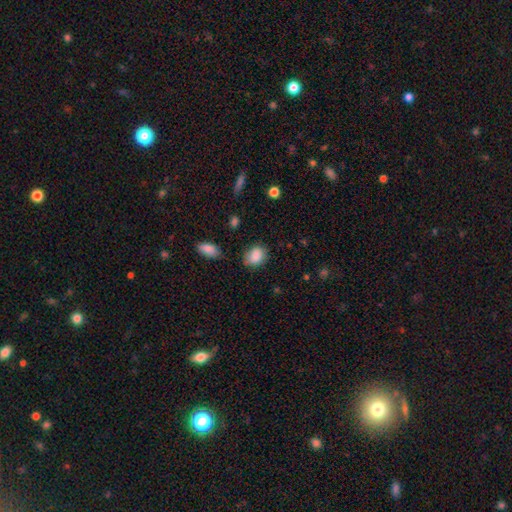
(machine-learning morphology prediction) Smooth or featured? smooth (86%)
How rounded? in between (59%)
Merging? none (72%)